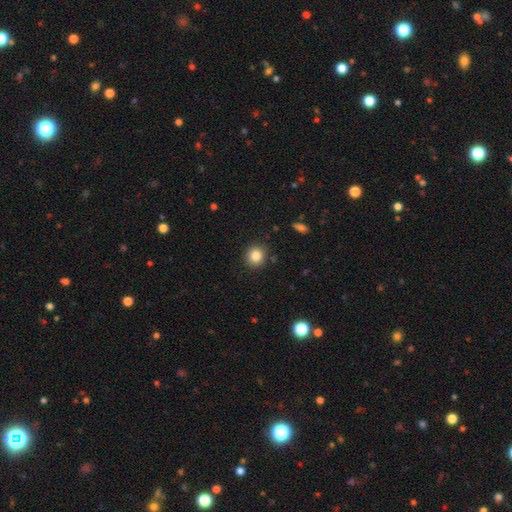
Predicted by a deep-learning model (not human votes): Overall: smooth (84%). How rounded: round (89%). Merging: none (88%).